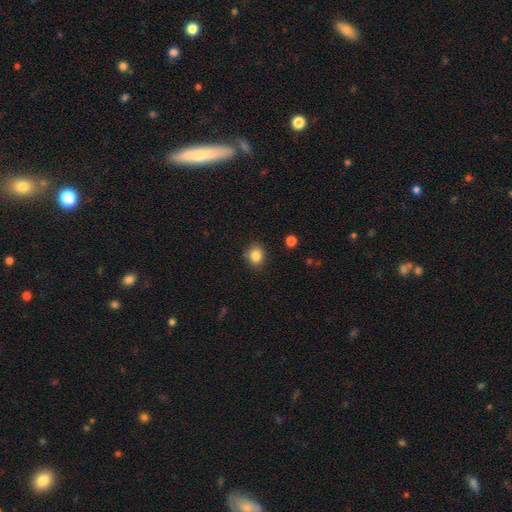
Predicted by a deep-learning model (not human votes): smooth 85%, star or artifact 10%, featured or disk 5%. Down the decision tree: how rounded — round (71%); merging — none (85%).